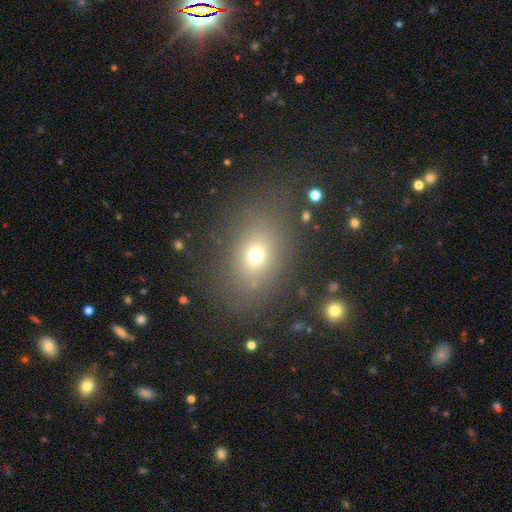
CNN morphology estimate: Smooth or featured: smooth — 68% (star or artifact — 19%)
How rounded: in between — 63% (round — 35%)
Merging: none — 79% (minor disturbance — 12%)